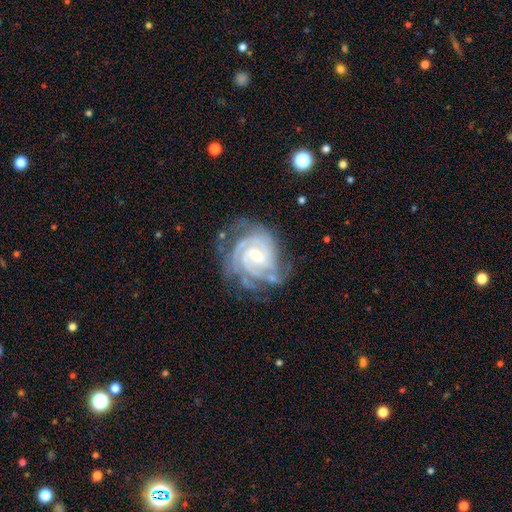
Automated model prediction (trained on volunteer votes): Smooth or featured? Predicted: featured or disk (p=0.91). Edge-on disk? Predicted: no (p=0.98). Bar? Predicted: weak (p=0.46). Spiral arms? Predicted: yes (p=0.98). Spiral winding? Predicted: tight (p=0.73). Spiral arm count? Predicted: 3 (p=0.32). Bulge size? Predicted: small (p=0.62). Merging? Predicted: none (p=0.64).